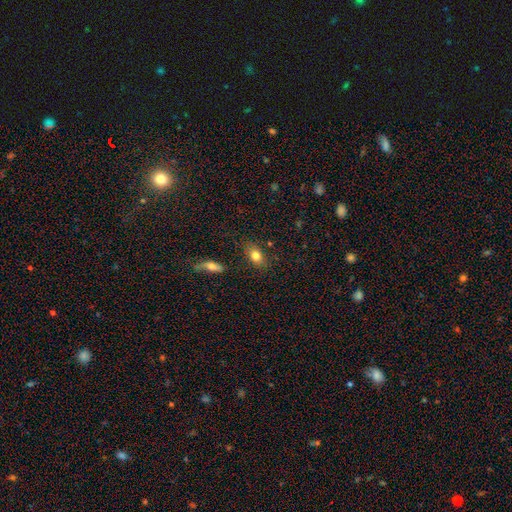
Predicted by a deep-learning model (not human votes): This appears to be a smooth galaxy with no disk features (81%) that is in between round and cigar-shaped (80%). Merging: none (81%).